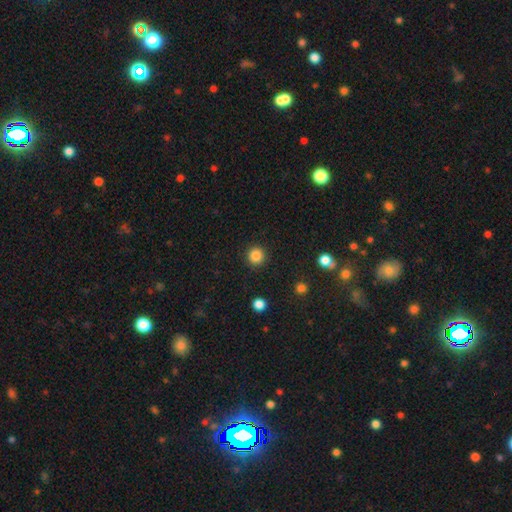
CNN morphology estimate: smooth_or_featured: smooth (p=0.85) [alt: star or artifact p=0.11]
how_rounded: round (p=0.95) [alt: in between p=0.04]
merging: none (p=0.92) [alt: minor disturbance p=0.05]